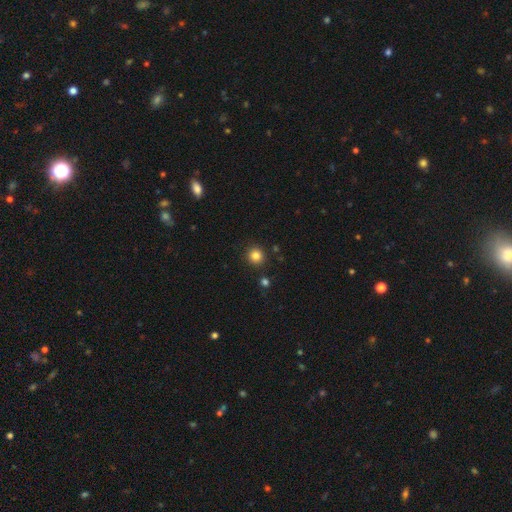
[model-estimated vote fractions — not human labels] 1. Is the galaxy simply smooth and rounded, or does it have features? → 83% smooth, 12% star or artifact, 5% featured or disk.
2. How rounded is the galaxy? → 92% round, 7% in between, 1% cigar-shaped.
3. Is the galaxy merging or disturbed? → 90% none, 6% minor disturbance, 2% merger, 2% major disturbance.